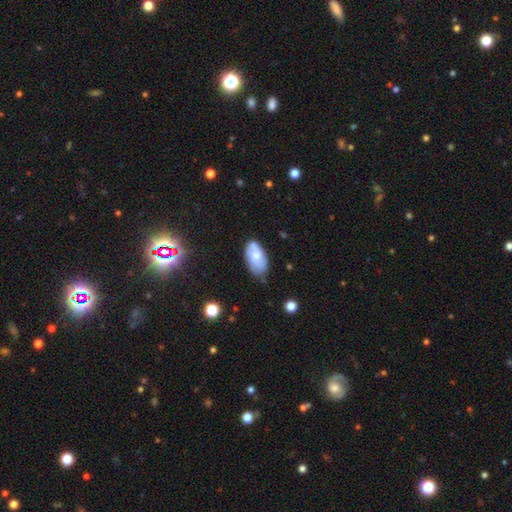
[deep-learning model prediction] Morphology: type=smooth (53%); roundness=in between (93%); merging=none (64%).